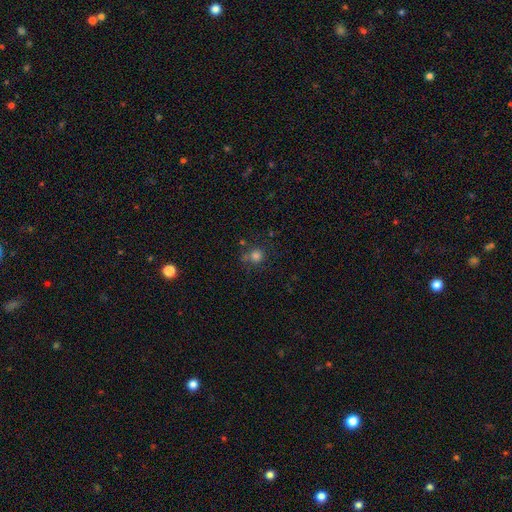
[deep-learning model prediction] smooth_or_featured: smooth (p=0.78) [alt: star or artifact p=0.15]
how_rounded: round (p=0.90) [alt: in between p=0.09]
merging: none (p=0.67) [alt: minor disturbance p=0.16]